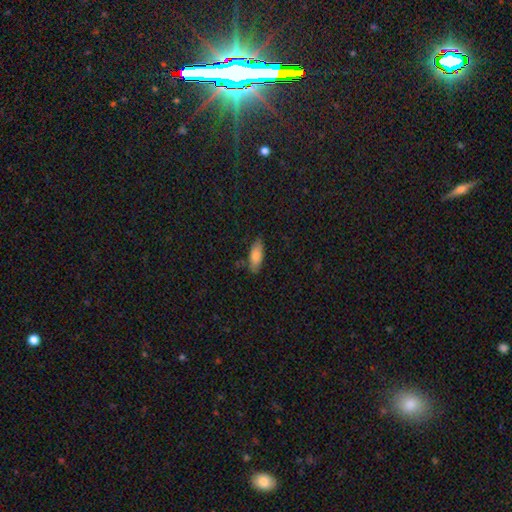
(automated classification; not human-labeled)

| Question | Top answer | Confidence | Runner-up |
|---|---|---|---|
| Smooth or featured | smooth | 79% | featured or disk (13%) |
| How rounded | in between | 76% | cigar-shaped (22%) |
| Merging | none | 79% | minor disturbance (16%) |